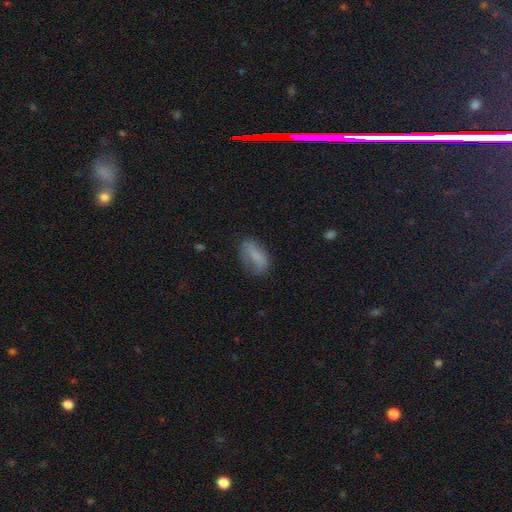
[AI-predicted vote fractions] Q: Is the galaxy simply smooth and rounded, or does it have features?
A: smooth — 74%.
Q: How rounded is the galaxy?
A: in between — 86%.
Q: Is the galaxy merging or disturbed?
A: none — 59%.